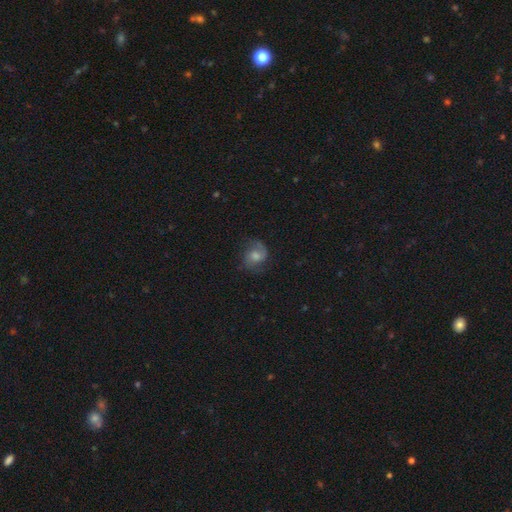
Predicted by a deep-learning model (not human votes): The model was most divided on "spiral winding": medium: 47%, loose: 34%, tight: 18%. More confident: edge-on disk — no (97%); spiral arms — yes (92%); spiral arm count — 2 (75%); merging — none (64%); smooth or featured — featured or disk (62%); bar — no (61%); bulge size — moderate (50%).